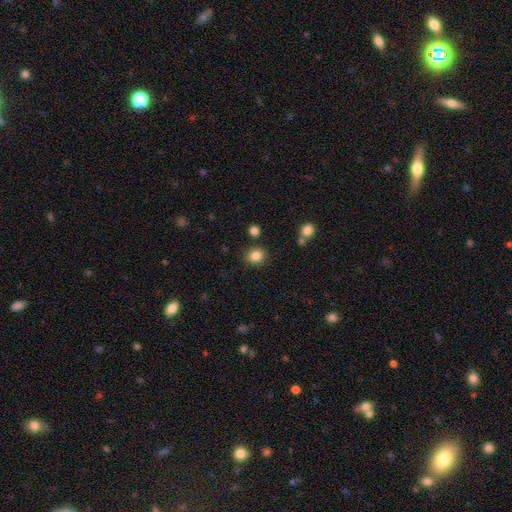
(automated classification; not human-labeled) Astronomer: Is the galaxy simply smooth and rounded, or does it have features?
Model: smooth — 84%.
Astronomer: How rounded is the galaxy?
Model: round — 76%.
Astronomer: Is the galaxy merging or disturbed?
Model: none — 85%.